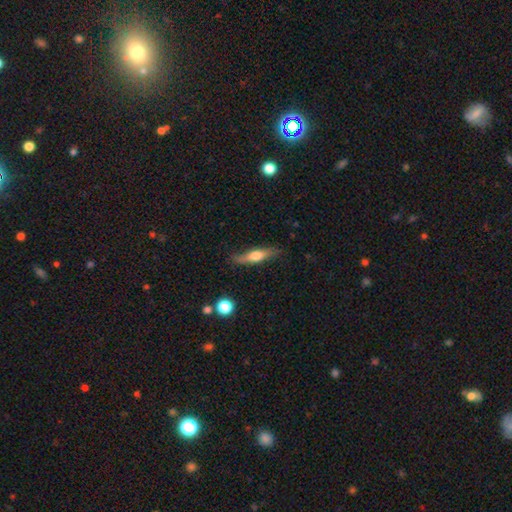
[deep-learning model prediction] The model was most divided on "smooth or featured": smooth: 52%, featured or disk: 42%, star or artifact: 6%. More confident: merging — none (77%); how rounded — cigar-shaped (75%).